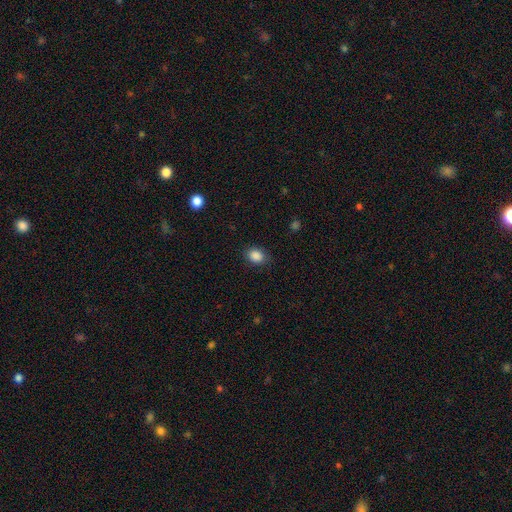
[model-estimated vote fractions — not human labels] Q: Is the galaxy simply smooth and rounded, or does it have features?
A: smooth — 88%.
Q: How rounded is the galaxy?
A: in between — 59%.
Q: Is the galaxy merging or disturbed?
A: none — 84%.